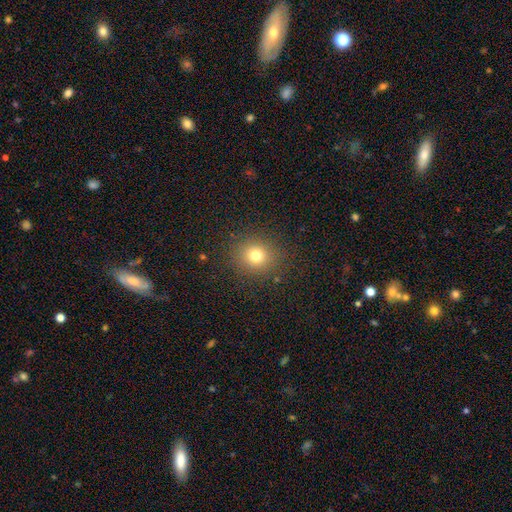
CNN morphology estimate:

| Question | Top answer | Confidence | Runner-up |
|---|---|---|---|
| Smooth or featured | smooth | 76% | star or artifact (16%) |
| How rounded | round | 85% | in between (15%) |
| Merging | none | 88% | minor disturbance (7%) |